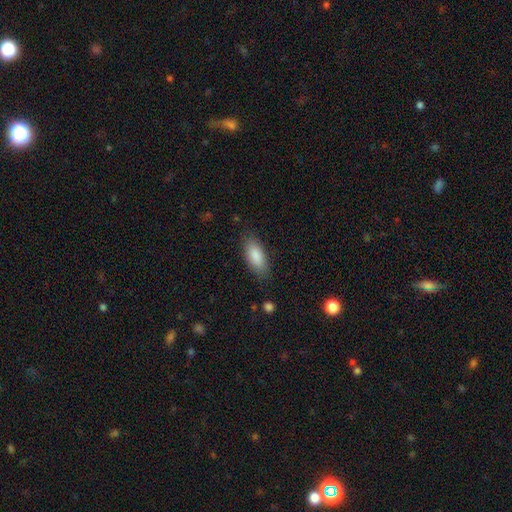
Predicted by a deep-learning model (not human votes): smooth_or_featured: smooth (p=0.87) [alt: featured or disk p=0.07]
how_rounded: in between (p=0.84) [alt: cigar-shaped p=0.14]
merging: none (p=0.82) [alt: minor disturbance p=0.13]